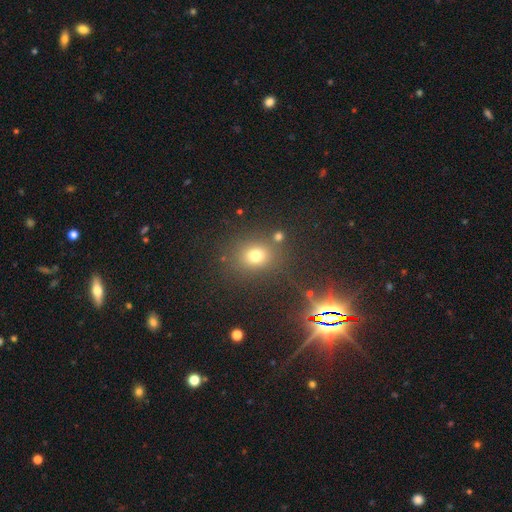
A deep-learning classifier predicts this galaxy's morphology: The model was most divided on "how rounded": round: 70%, in between: 29%, cigar-shaped: 1%. More confident: merging — none (76%); smooth or featured — smooth (71%).